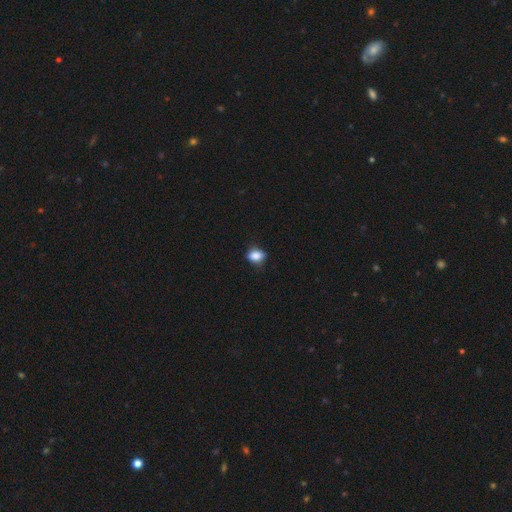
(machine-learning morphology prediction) smooth_or_featured: smooth (p=0.86) [alt: star or artifact p=0.09]
how_rounded: in between (p=0.68) [alt: round p=0.30]
merging: none (p=0.75) [alt: minor disturbance p=0.20]